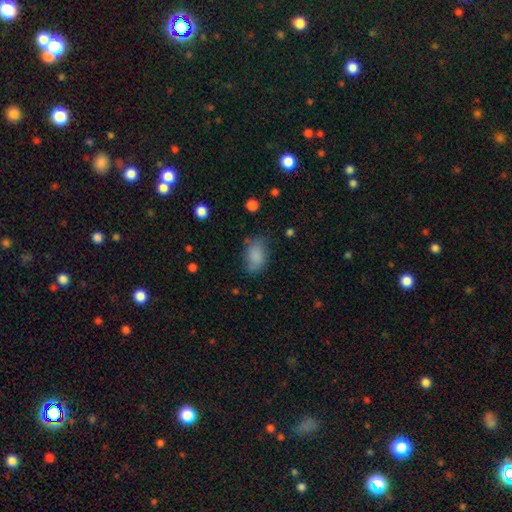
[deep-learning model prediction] Smooth or featured: smooth — 84% (star or artifact — 9%)
How rounded: in between — 88% (round — 10%)
Merging: none — 67% (minor disturbance — 23%)